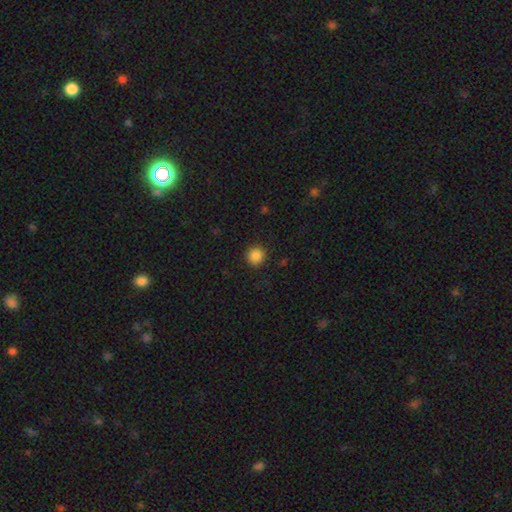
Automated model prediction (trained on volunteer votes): Smooth or featured? Predicted: smooth (p=0.86). How rounded? Predicted: round (p=0.94). Merging? Predicted: none (p=0.92).